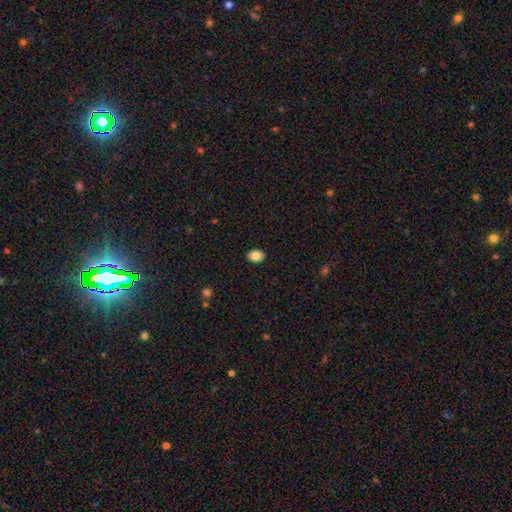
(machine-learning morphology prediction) smooth 86%, star or artifact 9%, featured or disk 6%. Down the decision tree: how rounded — in between (69%); merging — none (90%).